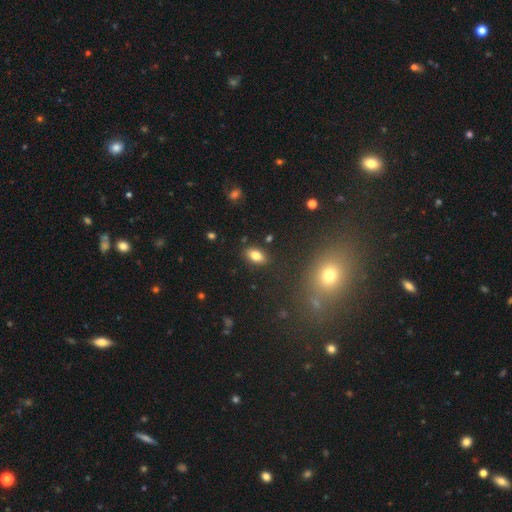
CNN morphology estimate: A smooth galaxy with no disk features (80%) that is in between round and cigar-shaped (90%).

Vote fractions:
- Smooth or featured? smooth: 80% / featured or disk: 10% / star or artifact: 10%
- How rounded? in between: 90% / round: 7% / cigar-shaped: 3%
- Merging? none: 87% / minor disturbance: 9% / major disturbance: 2% / merger: 2%